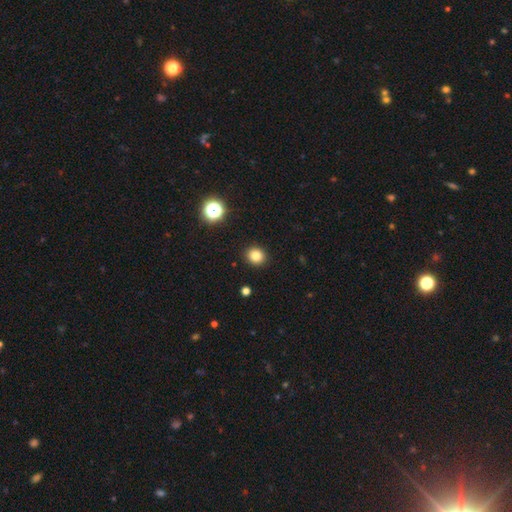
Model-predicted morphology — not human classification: Smooth or featured? smooth (82%)
How rounded? round (82%)
Merging? none (92%)